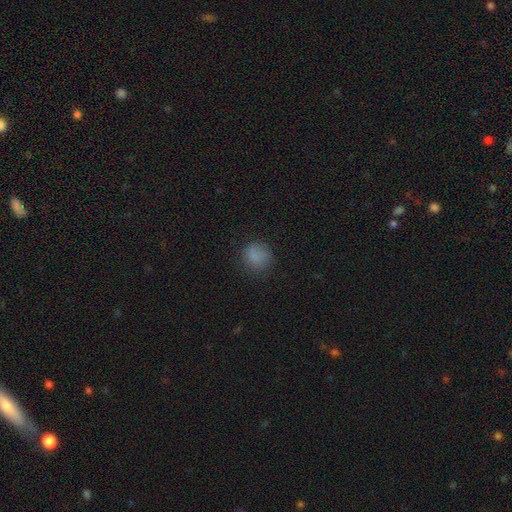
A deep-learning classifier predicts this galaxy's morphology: This is clearly a smooth galaxy (80%). How rounded: clearly round (86%). Merging: likely none (78%).